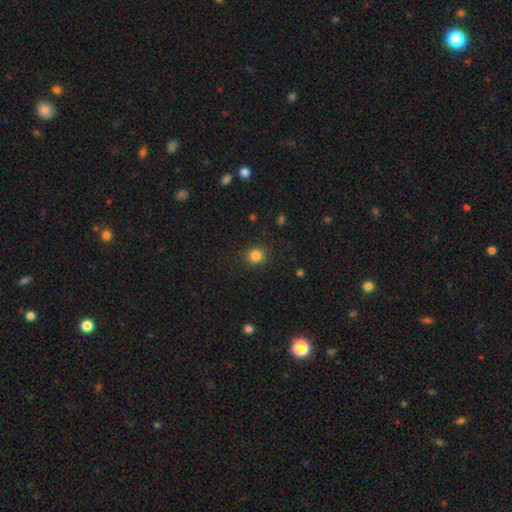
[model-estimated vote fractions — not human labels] smooth 84%, star or artifact 12%, featured or disk 4%. Down the decision tree: how rounded — round (88%); merging — none (89%).